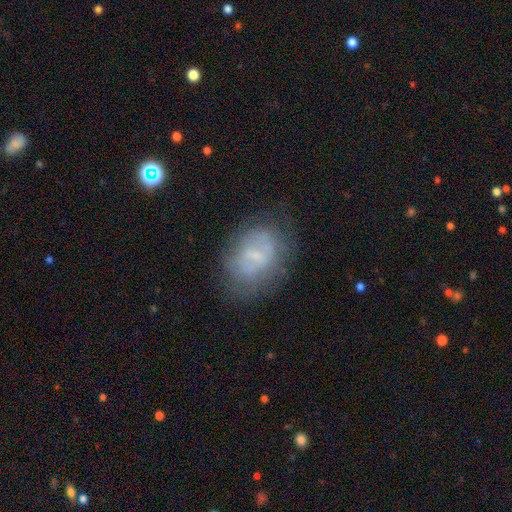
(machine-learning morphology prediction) smooth_or_featured: featured or disk (p=0.47) [alt: smooth p=0.42]
merging: none (p=0.64) [alt: minor disturbance p=0.20]